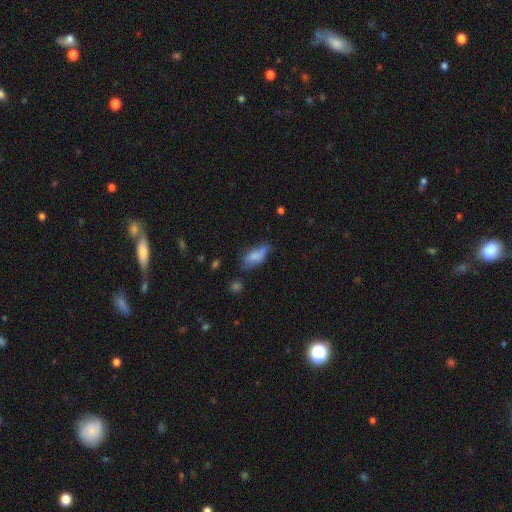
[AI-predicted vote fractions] Smooth or featured? smooth (70%)
How rounded? in between (79%)
Merging? none (37%, tied with minor disturbance)